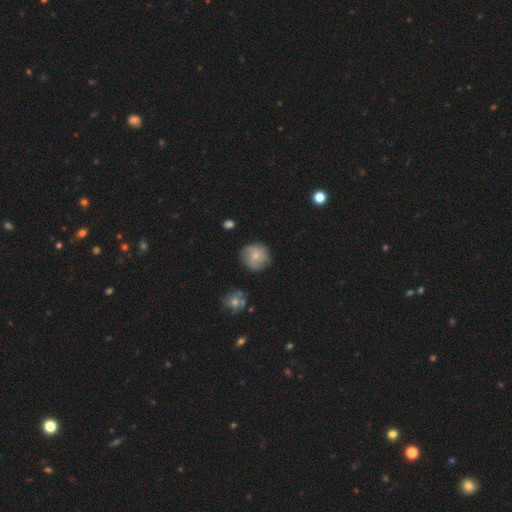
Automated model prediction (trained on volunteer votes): The model was most divided on "smooth or featured": smooth: 53%, featured or disk: 39%, star or artifact: 8%. More confident: how rounded — round (91%); merging — none (77%).